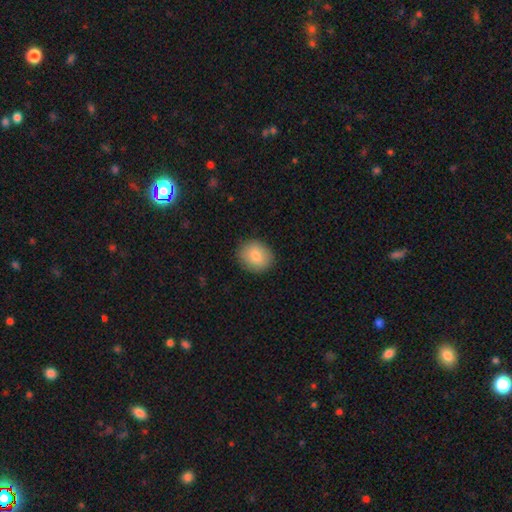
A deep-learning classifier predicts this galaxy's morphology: Q: Smooth or featured?
A: smooth (84%); runner-up: featured or disk (8%)
Q: How rounded?
A: round (60%); runner-up: in between (39%)
Q: Merging?
A: none (88%); runner-up: minor disturbance (9%)